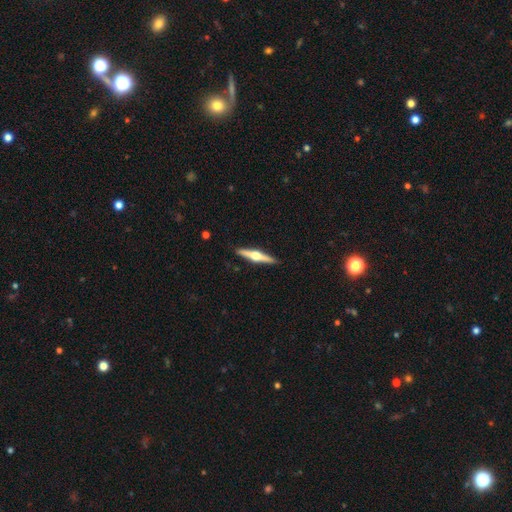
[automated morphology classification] Smooth or featured?
  - featured or disk: 76% *
  - smooth: 20%
  - star or artifact: 5%
Edge-on disk?
  - yes: 98% *
  - no: 2%
Edge-on bulge?
  - rounded: 96% *
  - boxy: 3%
  - none: 2%
Merging?
  - none: 91% *
  - minor disturbance: 6%
  - major disturbance: 1%
  - merger: 1%